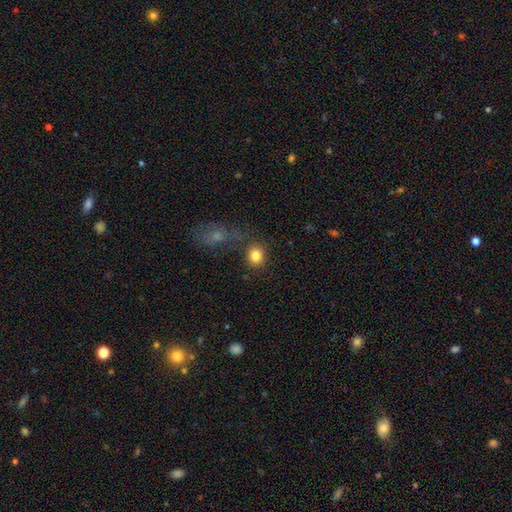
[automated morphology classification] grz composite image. It shows a smooth galaxy with no disk features (83%) that is round (75%). Merging: none (75%).